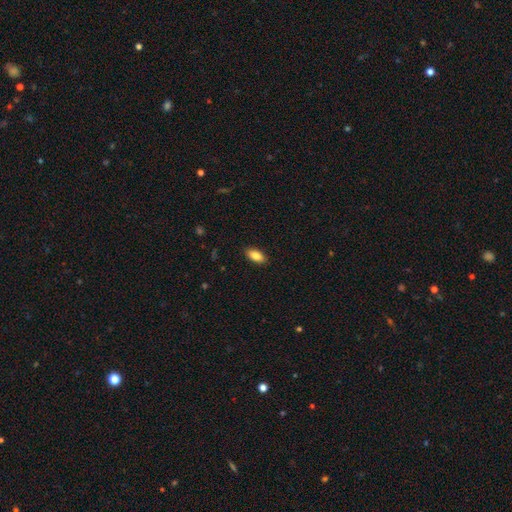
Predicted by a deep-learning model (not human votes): A smooth galaxy with no disk features (87%) that is in between round and cigar-shaped (90%). Merging: none (89%).